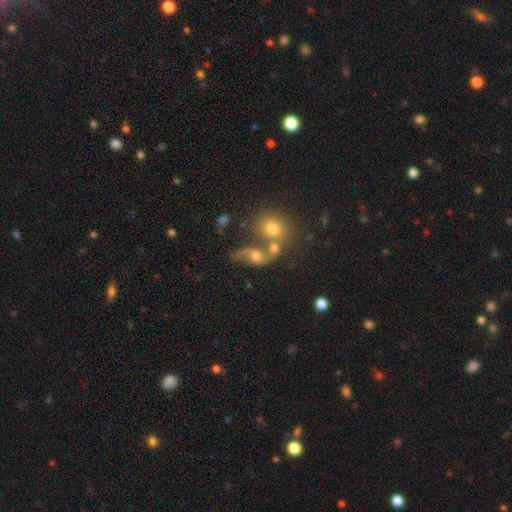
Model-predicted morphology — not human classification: Overall: featured or disk (49%; smooth 36%). Merging: merger (42%; none 33%).